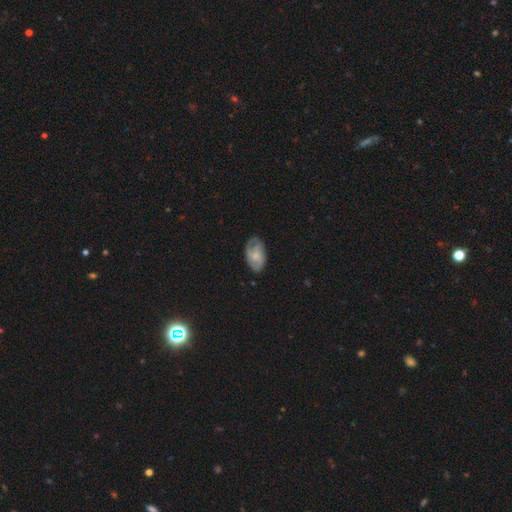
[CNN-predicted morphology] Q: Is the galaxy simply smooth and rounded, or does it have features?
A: featured or disk — 55%.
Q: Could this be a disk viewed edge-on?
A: no — 96%.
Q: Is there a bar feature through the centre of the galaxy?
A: no — 72%.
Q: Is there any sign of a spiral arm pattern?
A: yes — 82%.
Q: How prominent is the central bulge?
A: small — 52%.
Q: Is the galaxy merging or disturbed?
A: none — 64%.